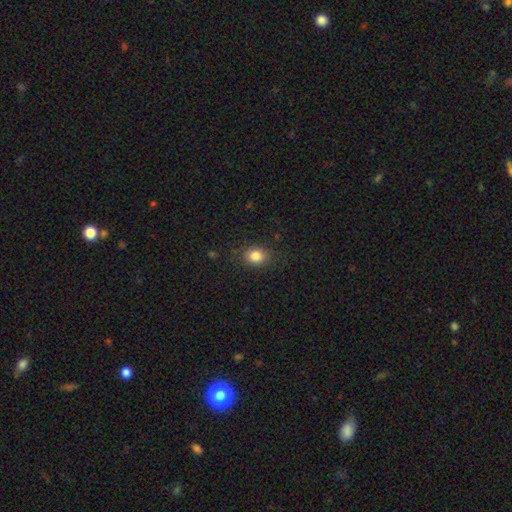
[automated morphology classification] Smooth or featured: smooth — 83% (star or artifact — 11%)
How rounded: round — 58% (in between — 41%)
Merging: none — 85% (minor disturbance — 10%)